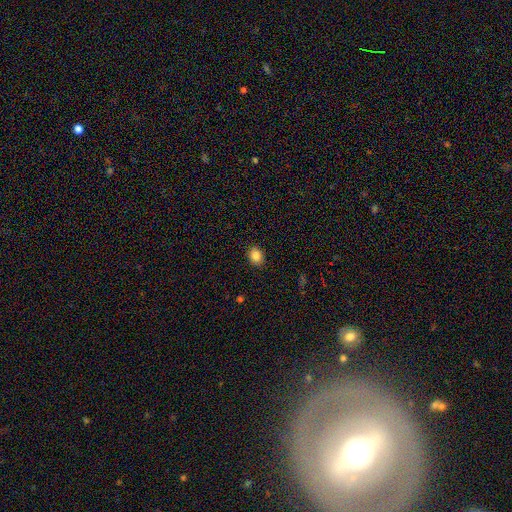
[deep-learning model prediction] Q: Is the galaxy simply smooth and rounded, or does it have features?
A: smooth — 85%.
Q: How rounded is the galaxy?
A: in between — 54%.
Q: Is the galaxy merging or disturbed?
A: none — 90%.